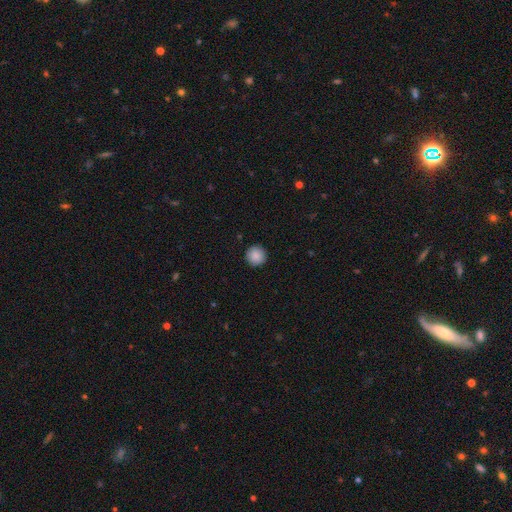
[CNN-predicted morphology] Overall: smooth (88%). How rounded: round (96%). Merging: none (92%).